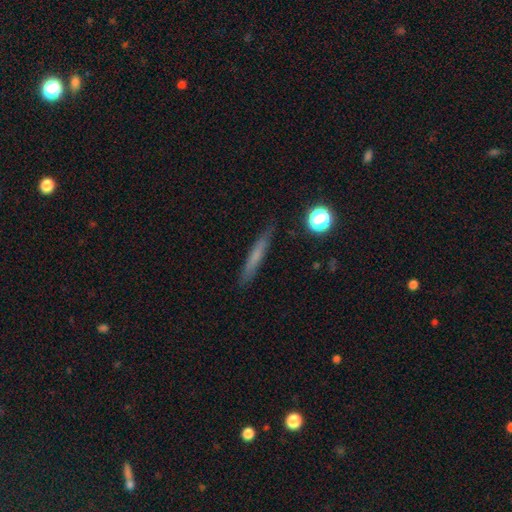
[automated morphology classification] smooth 58%, featured or disk 33%, star or artifact 9%. Down the decision tree: how rounded — cigar-shaped (93%); merging — none (87%).